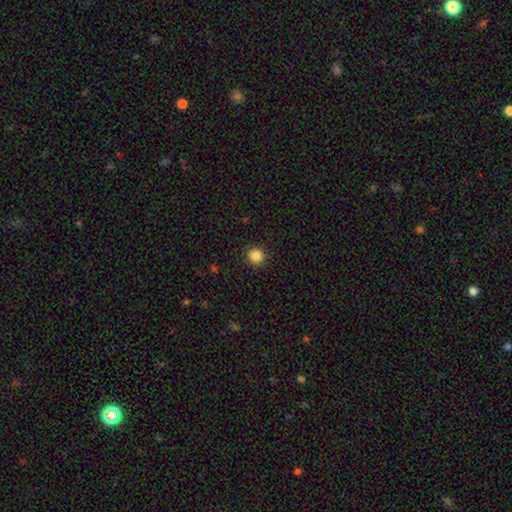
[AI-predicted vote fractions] The model was most divided on "smooth or featured": smooth: 85%, star or artifact: 11%, featured or disk: 3%. More confident: how rounded — round (95%); merging — none (92%).